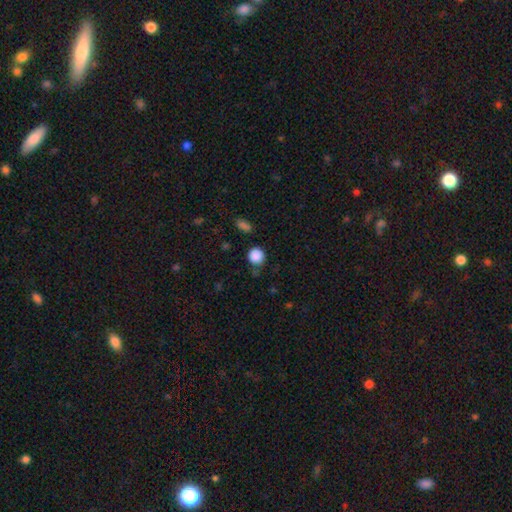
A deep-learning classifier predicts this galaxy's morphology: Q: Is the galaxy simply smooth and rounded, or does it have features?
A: smooth — 87%.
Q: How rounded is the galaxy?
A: round — 91%.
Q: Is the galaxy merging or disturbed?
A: none — 80%.